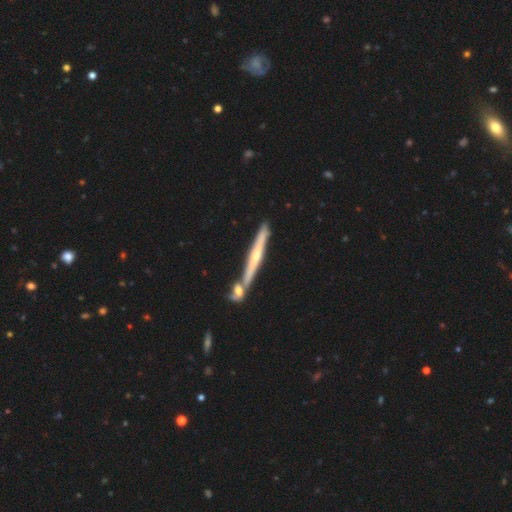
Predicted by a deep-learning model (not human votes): This is likely a featured or disk galaxy (67%). It is clearly viewed edge-on (95%). Edge-on bulge: likely rounded (64%). Merging: likely none (72%).